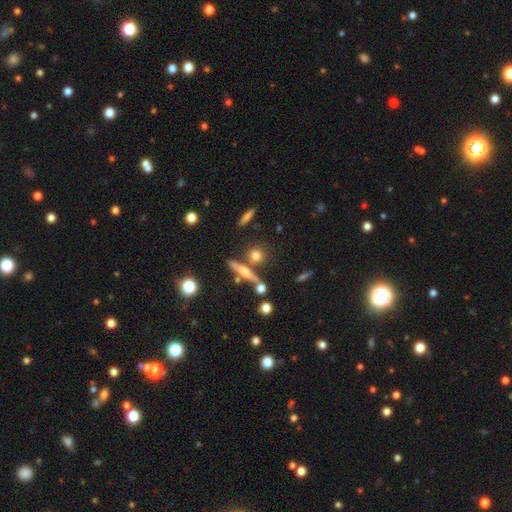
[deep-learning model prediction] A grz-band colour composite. It shows a smooth galaxy with no disk features (55%) that is round (55%). Merging: none (72%).